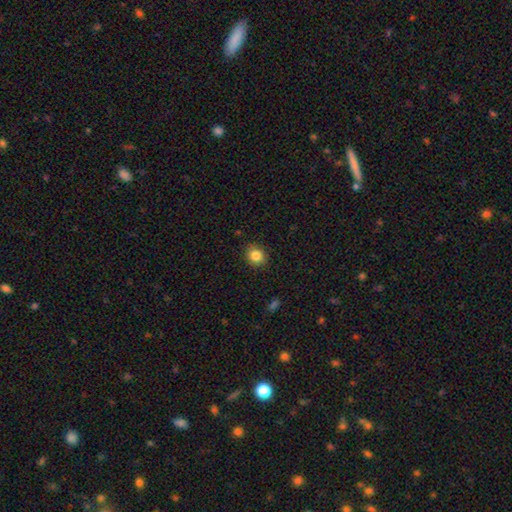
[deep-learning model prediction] This appears to be a smooth galaxy with no disk features (85%) that is round (68%). Merging: none (89%).